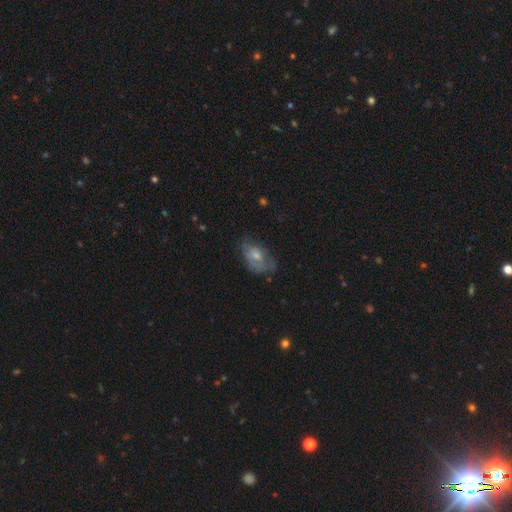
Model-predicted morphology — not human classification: The model was most divided on "smooth or featured" (2-way tie): smooth: 46%, featured or disk: 46%, star or artifact: 8%. Remaining: merging — none (40%).